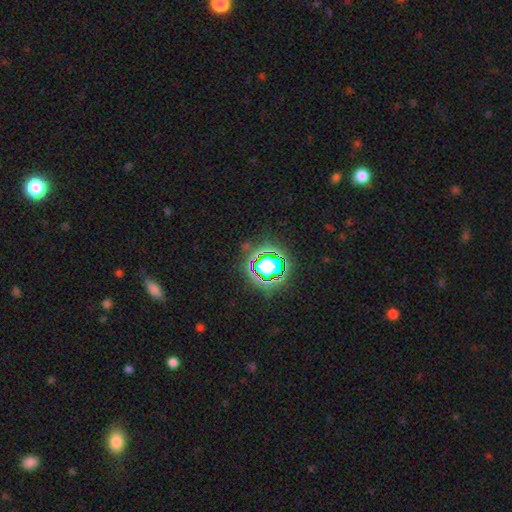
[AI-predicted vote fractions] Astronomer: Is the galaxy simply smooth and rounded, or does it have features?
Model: star or artifact — 76%.